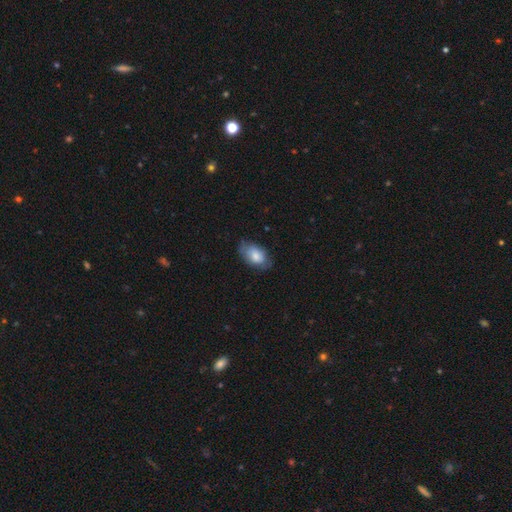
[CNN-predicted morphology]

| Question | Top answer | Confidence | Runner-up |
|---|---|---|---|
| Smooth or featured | smooth | 75% | featured or disk (18%) |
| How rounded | in between | 90% | round (8%) |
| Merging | none | 63% | minor disturbance (27%) |